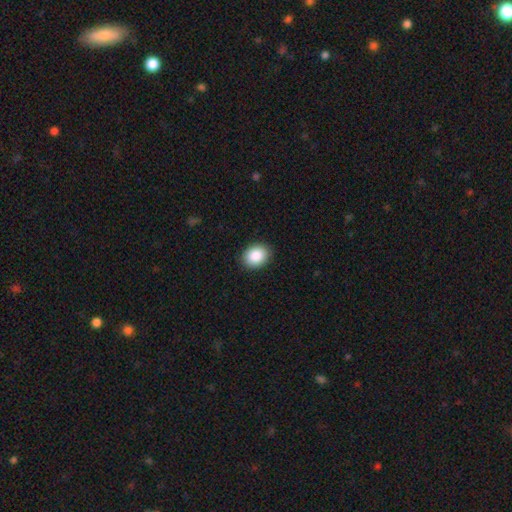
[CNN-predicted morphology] This appears to be a smooth galaxy with no disk features (89%) that is in between round and cigar-shaped (59%). Merging: none (90%).